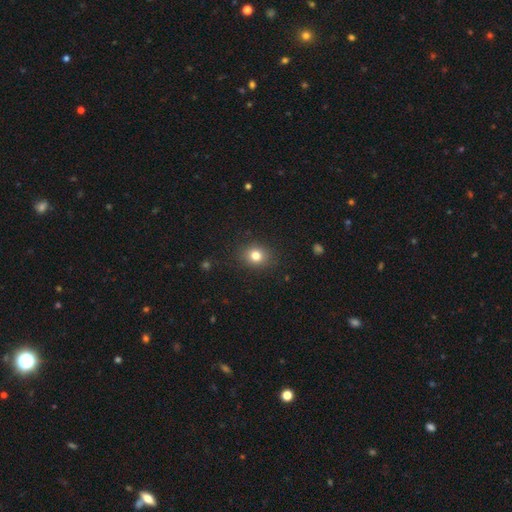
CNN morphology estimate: This appears to be a smooth galaxy with no disk features (80%) that is round (69%). Merging: none (88%).